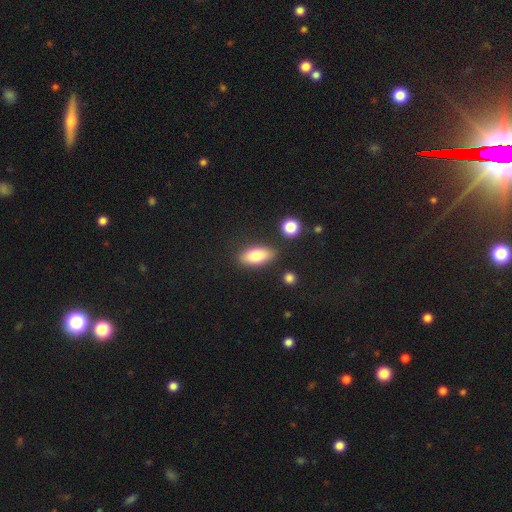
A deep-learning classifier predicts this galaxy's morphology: smooth 77%, featured or disk 16%, star or artifact 7%. Down the decision tree: how rounded — in between (84%); merging — none (83%).